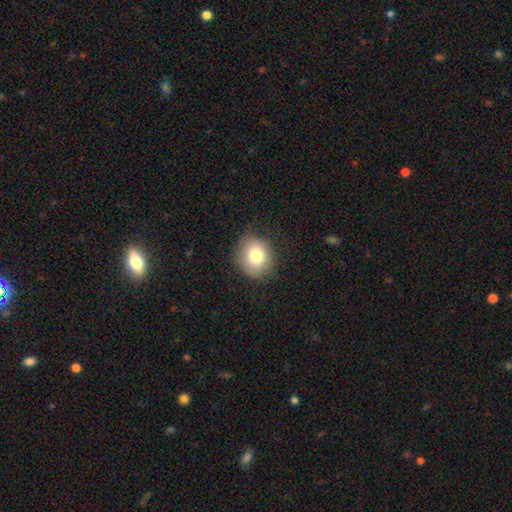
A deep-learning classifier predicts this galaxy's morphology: Smooth or featured? smooth (79%)
How rounded? round (75%)
Merging? none (76%)